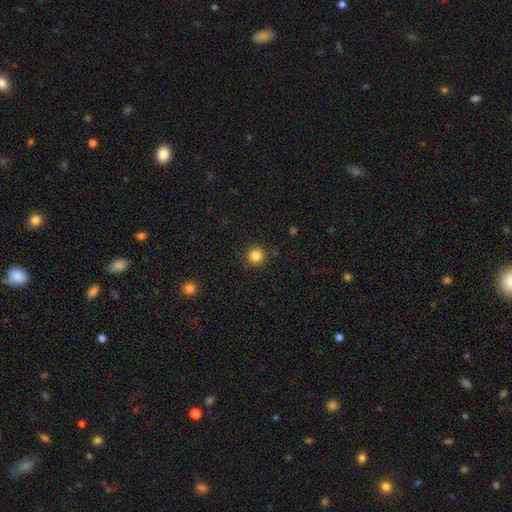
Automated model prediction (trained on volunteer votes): A smooth galaxy with no disk features (85%) that is round (95%).

Vote fractions:
- Smooth or featured? smooth: 85% / star or artifact: 11% / featured or disk: 4%
- How rounded? round: 95% / in between: 4% / cigar-shaped: 1%
- Merging? none: 90% / minor disturbance: 6% / major disturbance: 2% / merger: 1%